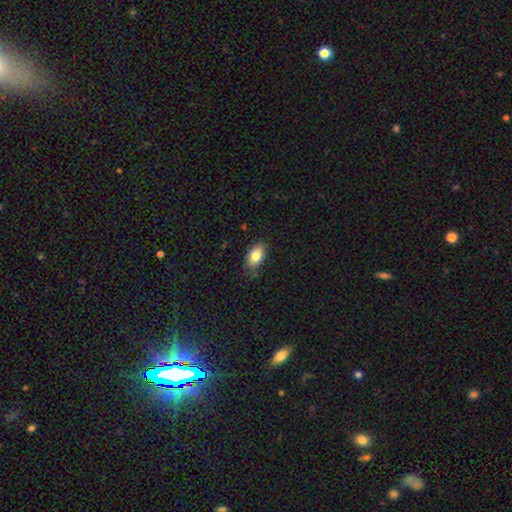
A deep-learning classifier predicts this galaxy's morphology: A smooth galaxy with no disk features (83%) that is in between round and cigar-shaped (90%). Merging: none (81%).